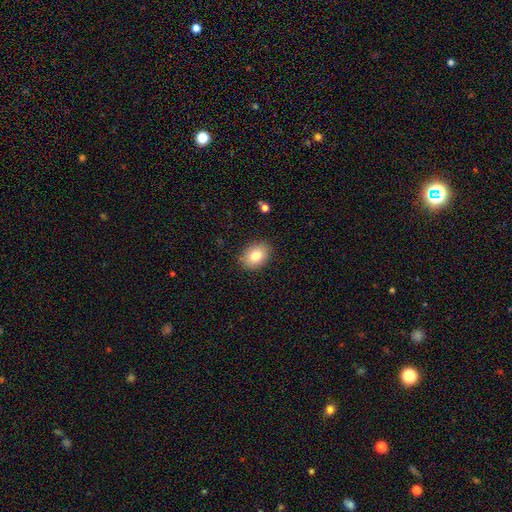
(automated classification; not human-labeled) A smooth galaxy with no disk features (81%) that is in between round and cigar-shaped (70%).

Vote fractions:
- Smooth or featured? smooth: 81% / featured or disk: 10% / star or artifact: 9%
- How rounded? in between: 70% / round: 29% / cigar-shaped: 1%
- Merging? none: 87% / minor disturbance: 10% / major disturbance: 2% / merger: 1%